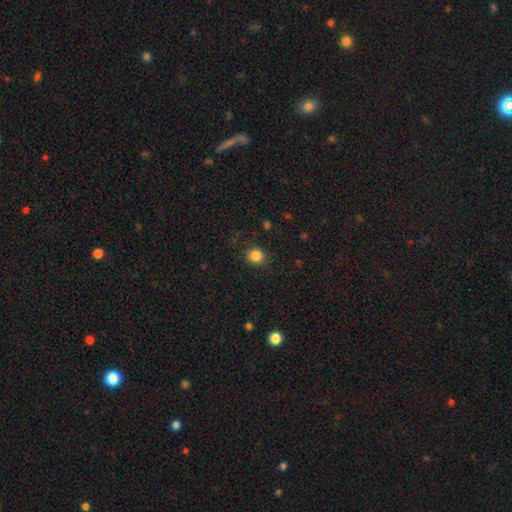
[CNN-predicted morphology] Smooth or featured?
  - smooth: 85% *
  - star or artifact: 11%
  - featured or disk: 4%
How rounded?
  - round: 87% *
  - in between: 12%
  - cigar-shaped: 1%
Merging?
  - none: 88% *
  - minor disturbance: 8%
  - major disturbance: 3%
  - merger: 1%